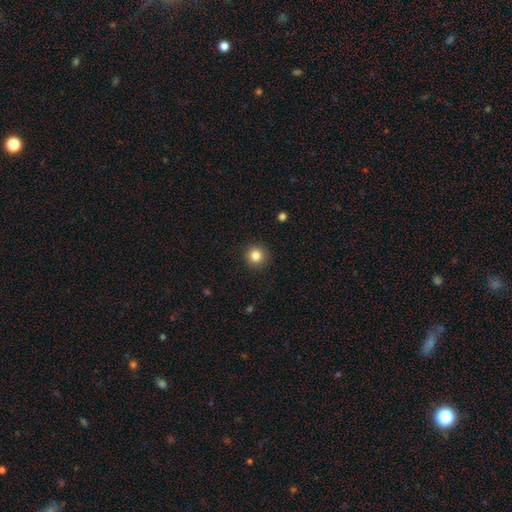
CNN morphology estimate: type=smooth (84%); roundness=round (95%); merging=none (92%).